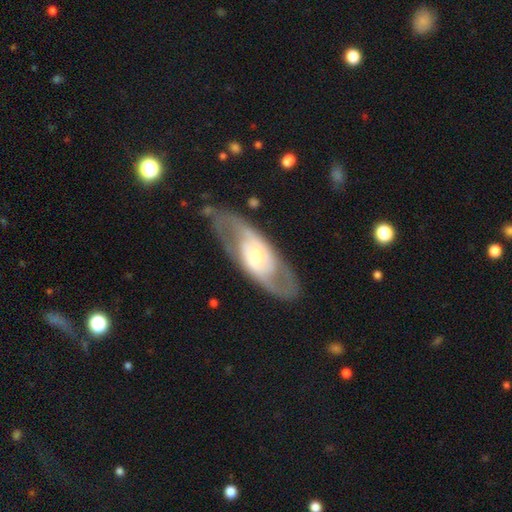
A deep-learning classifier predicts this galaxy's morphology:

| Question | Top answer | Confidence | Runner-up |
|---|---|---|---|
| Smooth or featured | featured or disk | 77% | smooth (18%) |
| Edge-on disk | no | 87% | yes (13%) |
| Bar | no | 58% | weak (27%) |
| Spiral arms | yes | 73% | no (27%) |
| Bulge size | moderate | 46% | small (43%) |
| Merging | none | 76% | minor disturbance (14%) |